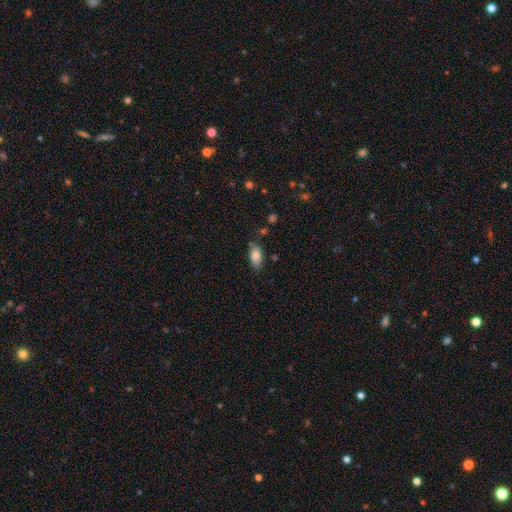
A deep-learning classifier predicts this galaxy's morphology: Smooth or featured? smooth (83%)
How rounded? in between (91%)
Merging? none (72%)